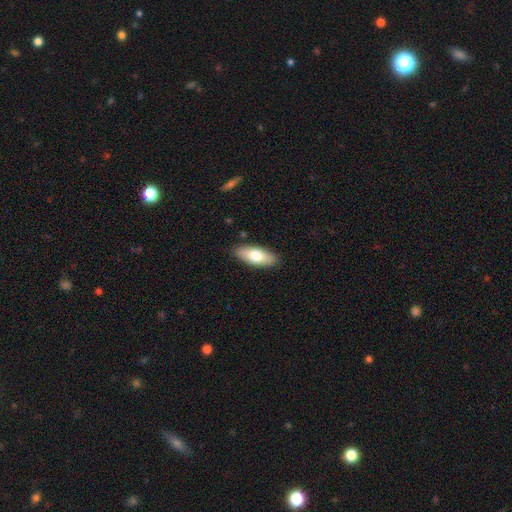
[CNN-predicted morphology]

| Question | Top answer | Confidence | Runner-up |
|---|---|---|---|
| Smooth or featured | smooth | 73% | featured or disk (21%) |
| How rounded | in between | 79% | cigar-shaped (19%) |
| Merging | none | 88% | minor disturbance (9%) |